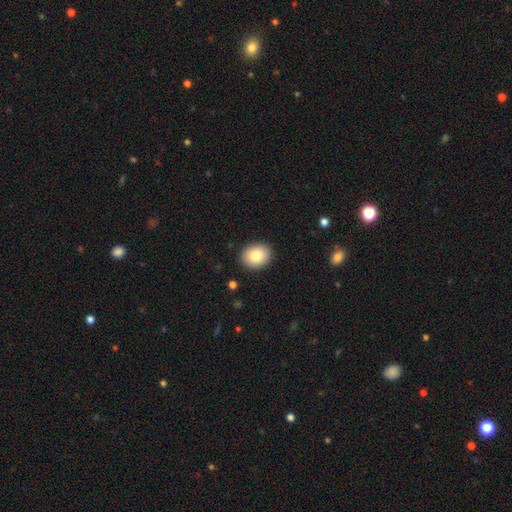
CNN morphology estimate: A smooth galaxy with no disk features (83%) that is round (50%). Merging: none (90%).